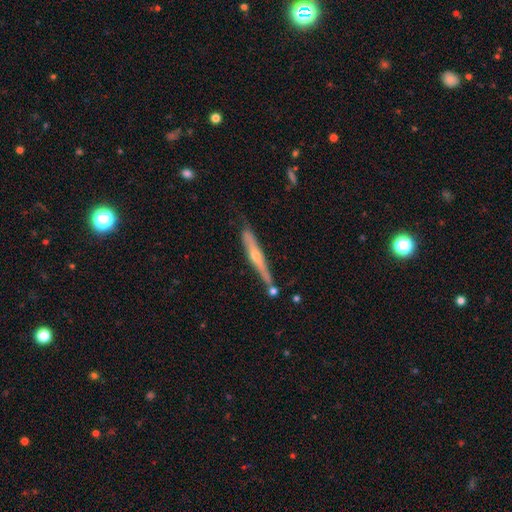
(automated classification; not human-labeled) This is likely a featured or disk galaxy (73%). It is clearly viewed edge-on (96%). Edge-on bulge: clearly rounded (82%). Merging: likely none (79%).